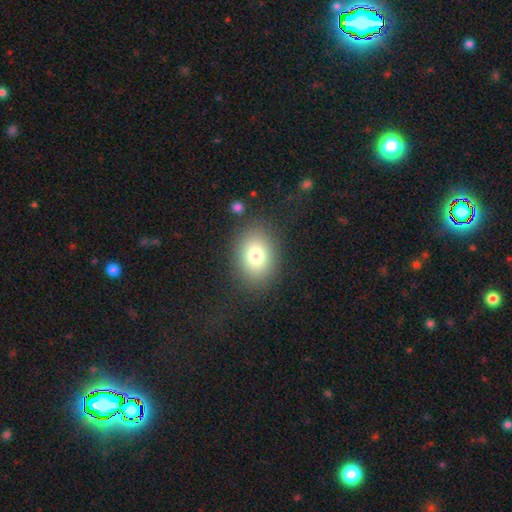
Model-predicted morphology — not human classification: Smooth or featured? smooth (77%)
How rounded? in between (64%)
Merging? none (83%)